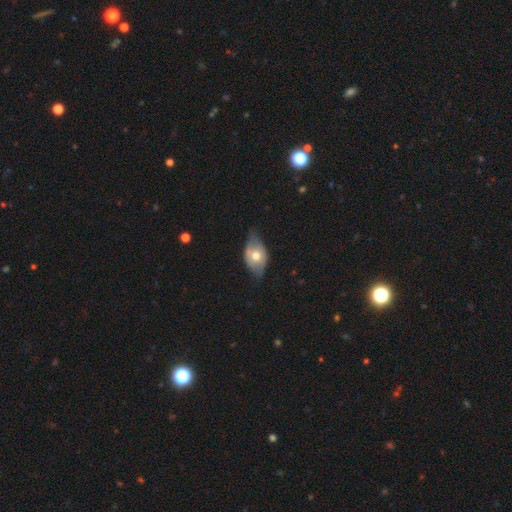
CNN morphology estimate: Smooth or featured: smooth — 53% (featured or disk — 41%)
How rounded: in between — 87% (round — 10%)
Merging: none — 54% (minor disturbance — 37%)